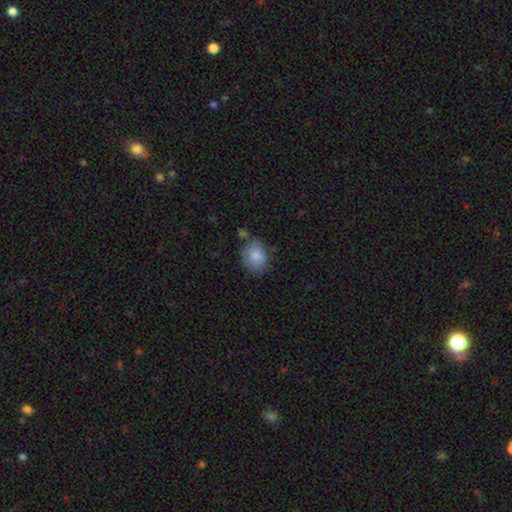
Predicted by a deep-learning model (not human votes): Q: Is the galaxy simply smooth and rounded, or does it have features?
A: smooth — 83%.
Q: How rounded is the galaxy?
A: round — 51%.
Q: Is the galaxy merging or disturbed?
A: none — 65%.